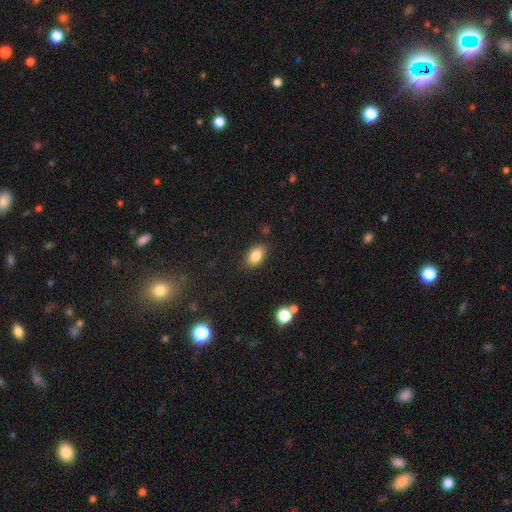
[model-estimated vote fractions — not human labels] The model was most divided on "merging": none: 84%, minor disturbance: 11%, major disturbance: 3%, merger: 2%. More confident: how rounded — in between (89%); smooth or featured — smooth (84%).